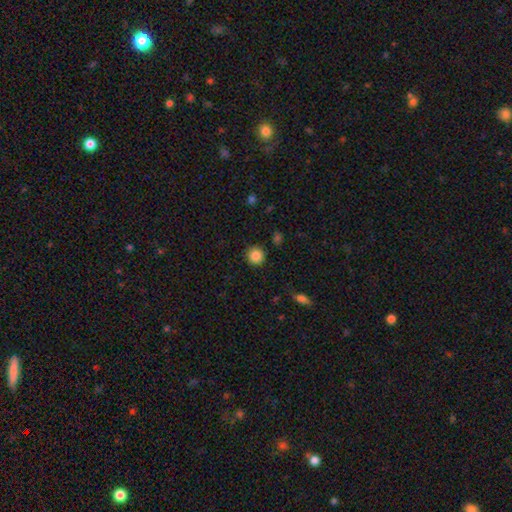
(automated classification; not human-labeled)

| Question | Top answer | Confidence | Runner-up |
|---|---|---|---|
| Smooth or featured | smooth | 86% | star or artifact (10%) |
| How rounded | round | 94% | in between (5%) |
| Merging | none | 91% | minor disturbance (6%) |